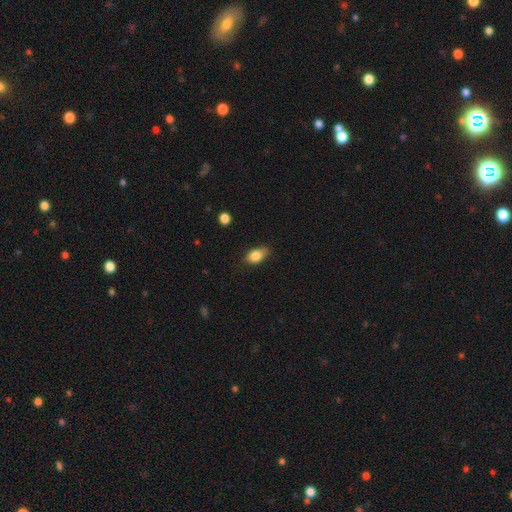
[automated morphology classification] This is clearly a smooth galaxy (82%). How rounded: clearly in between (82%). Merging: likely none (66%).